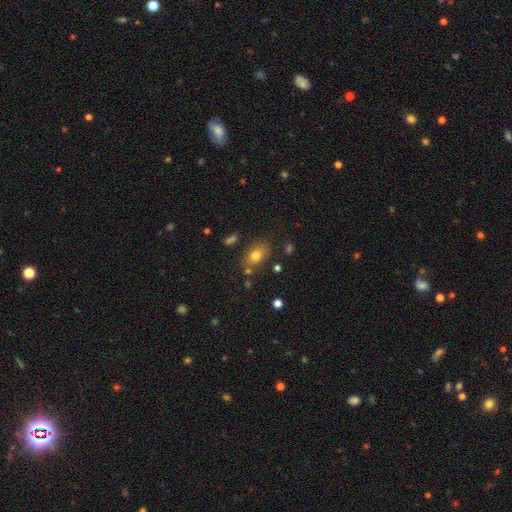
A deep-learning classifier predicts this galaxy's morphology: smooth-or-featured: smooth: 76% | featured or disk: 13% | star or artifact: 12%
  how-rounded: in between: 74% | round: 24% | cigar-shaped: 2%
  merging: none: 73% | minor disturbance: 15% | merger: 7% | major disturbance: 5%